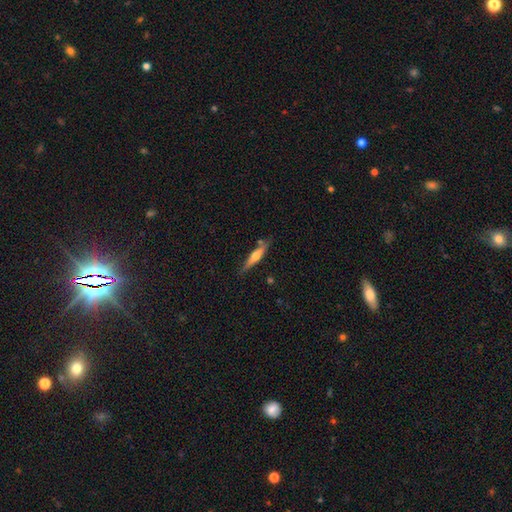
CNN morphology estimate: The model was most divided on "smooth or featured": featured or disk: 53%, smooth: 42%, star or artifact: 6%. More confident: edge-on disk — yes (94%); merging — none (77%).